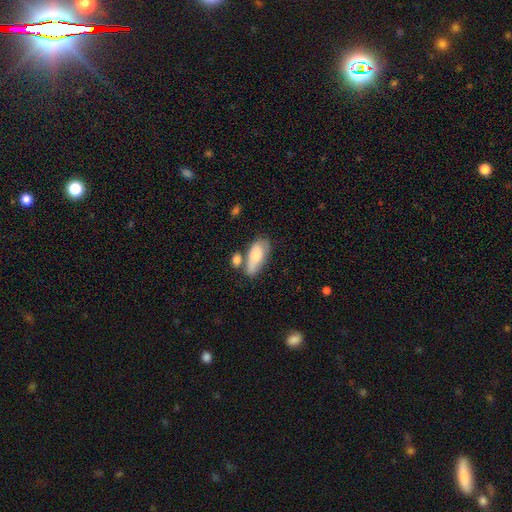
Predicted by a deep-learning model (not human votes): Morphology: type=smooth (73%); roundness=in between (88%); merging=none (41%).